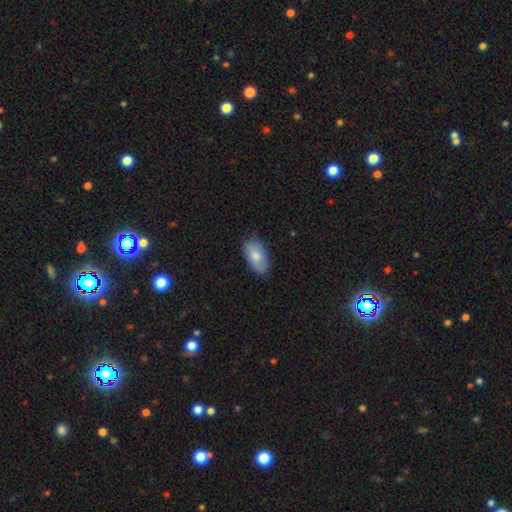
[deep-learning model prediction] A smooth galaxy with no disk features (77%) that is in between round and cigar-shaped (94%).

Vote fractions:
- Smooth or featured? smooth: 77% / featured or disk: 17% / star or artifact: 6%
- How rounded? in between: 94% / round: 4% / cigar-shaped: 3%
- Merging? none: 80% / minor disturbance: 16% / major disturbance: 3% / merger: 1%